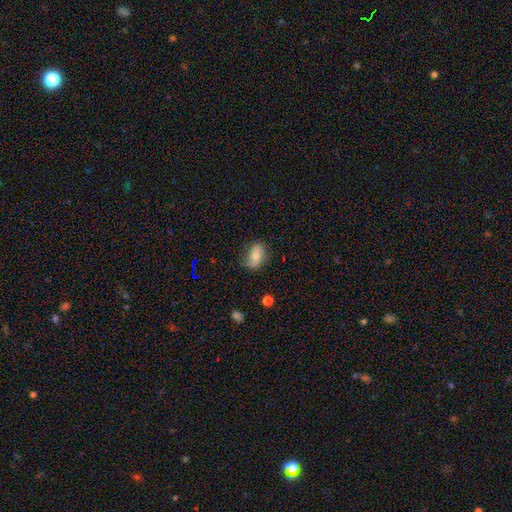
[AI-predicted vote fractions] Smooth or featured? smooth (62%)
How rounded? in between (84%)
Merging? none (61%)